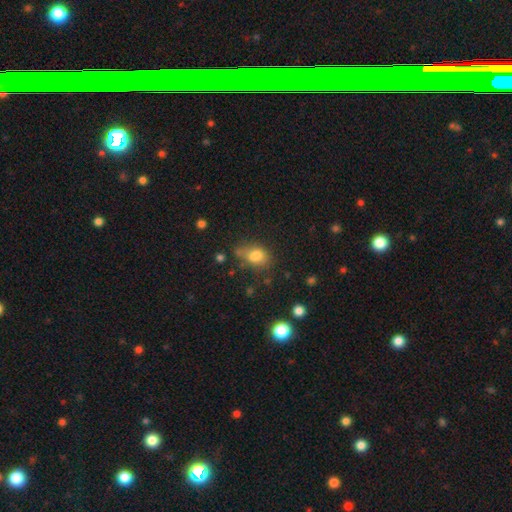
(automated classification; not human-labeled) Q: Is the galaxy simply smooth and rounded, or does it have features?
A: smooth — 76%.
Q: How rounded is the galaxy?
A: in between — 69%.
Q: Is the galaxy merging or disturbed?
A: none — 52%.